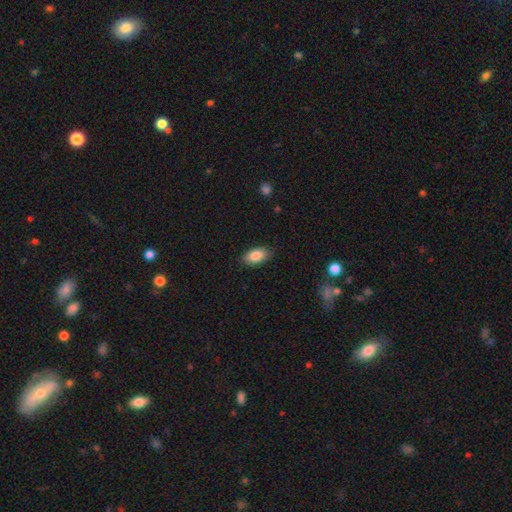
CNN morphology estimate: smooth_or_featured: smooth (p=0.84) [alt: featured or disk p=0.09]
how_rounded: in between (p=0.92) [alt: round p=0.04]
merging: none (p=0.85) [alt: minor disturbance p=0.11]